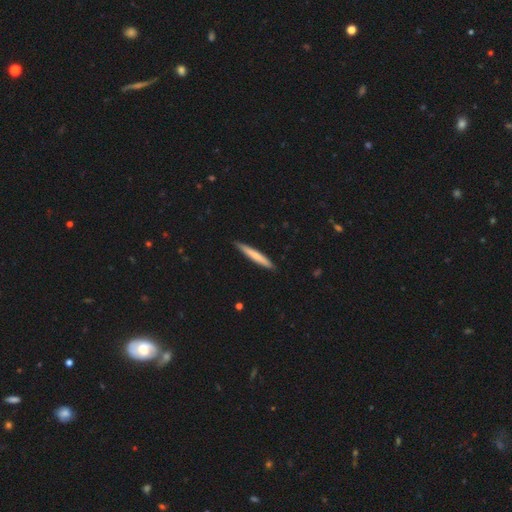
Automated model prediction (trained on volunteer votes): smooth_or_featured: smooth (p=0.66) [alt: featured or disk p=0.29]
how_rounded: cigar-shaped (p=0.96) [alt: in between p=0.03]
merging: none (p=0.89) [alt: minor disturbance p=0.08]